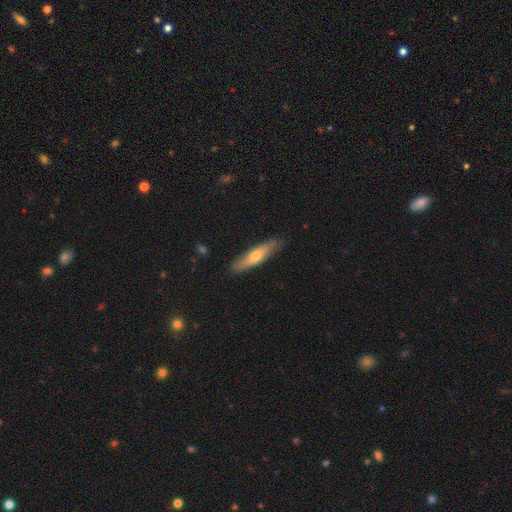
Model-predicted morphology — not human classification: Q: Smooth or featured?
A: smooth (52%); runner-up: featured or disk (42%)
Q: How rounded?
A: cigar-shaped (78%); runner-up: in between (20%)
Q: Merging?
A: none (85%); runner-up: minor disturbance (12%)